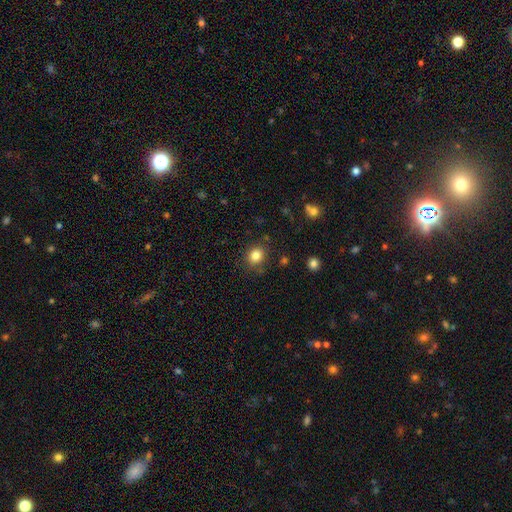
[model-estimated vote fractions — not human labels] smooth 83%, star or artifact 11%, featured or disk 6%. Down the decision tree: how rounded — round (69%); merging — none (81%).